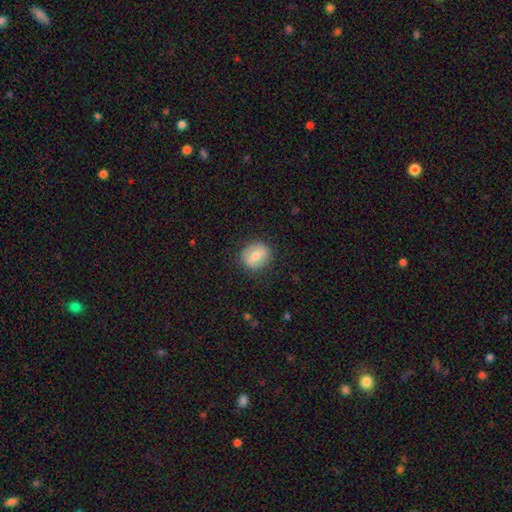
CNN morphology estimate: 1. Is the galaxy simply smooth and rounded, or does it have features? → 64% smooth, 29% featured or disk, 8% star or artifact.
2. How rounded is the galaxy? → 72% round, 26% in between, 1% cigar-shaped.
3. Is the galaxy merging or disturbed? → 84% none, 11% minor disturbance, 4% major disturbance, 1% merger.